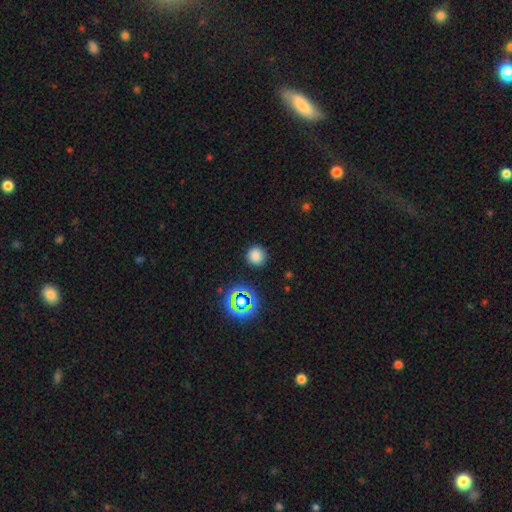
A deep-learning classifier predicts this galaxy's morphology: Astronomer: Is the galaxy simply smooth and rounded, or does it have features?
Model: smooth — 77%.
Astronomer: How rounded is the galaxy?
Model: round — 91%.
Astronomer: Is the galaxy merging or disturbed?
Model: none — 88%.